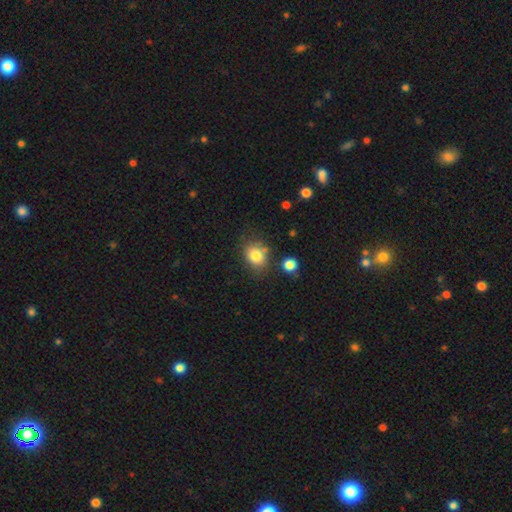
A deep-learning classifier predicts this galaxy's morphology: type=smooth (81%); roundness=round (52%); merging=none (70%).